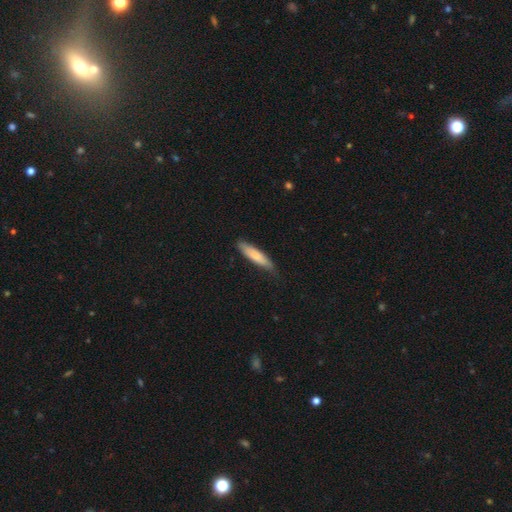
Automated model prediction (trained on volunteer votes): Smooth or featured?
  - smooth: 80% *
  - featured or disk: 15%
  - star or artifact: 5%
How rounded?
  - cigar-shaped: 78% *
  - in between: 20%
  - round: 1%
Merging?
  - none: 78% *
  - minor disturbance: 19%
  - major disturbance: 3%
  - merger: 1%